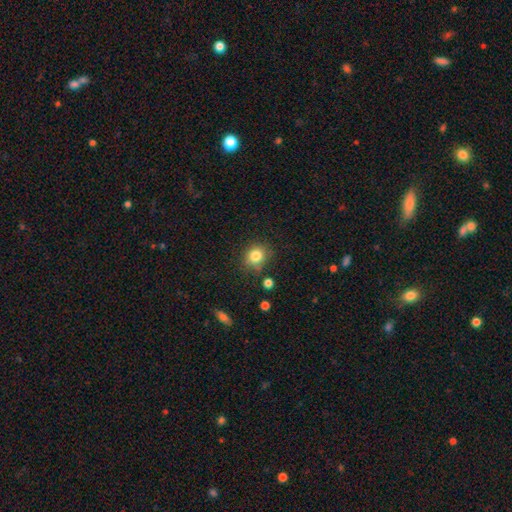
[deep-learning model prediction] Morphology: type=smooth (82%); roundness=round (74%); merging=none (76%).